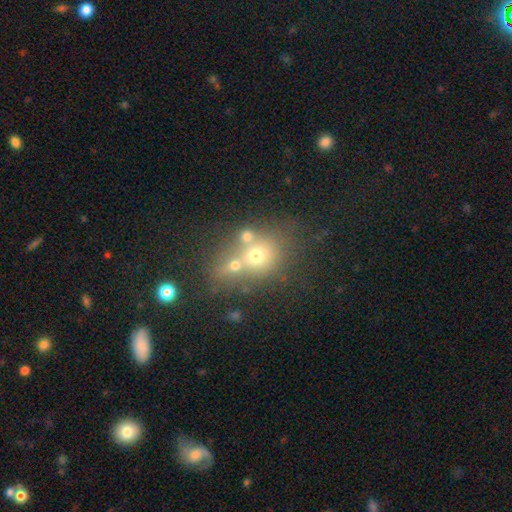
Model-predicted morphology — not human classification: This appears to be a smooth galaxy with no disk features (57%) that is round (66%). Merging: merger (49%).